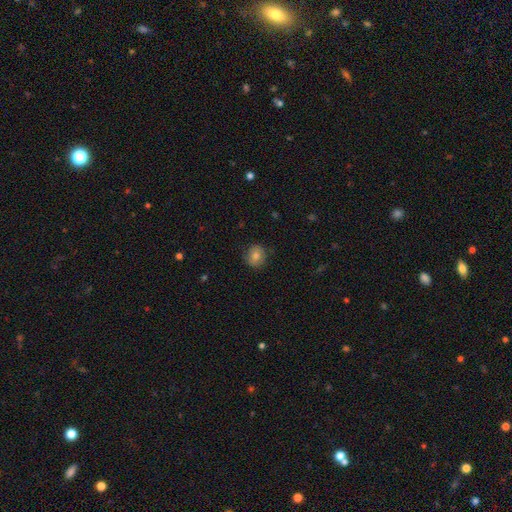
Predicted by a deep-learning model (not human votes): A smooth galaxy with no disk features (76%) that is round (87%).

Vote fractions:
- Smooth or featured? smooth: 76% / featured or disk: 13% / star or artifact: 11%
- How rounded? round: 87% / in between: 12% / cigar-shaped: 1%
- Merging? none: 86% / minor disturbance: 11% / major disturbance: 3% / merger: 1%